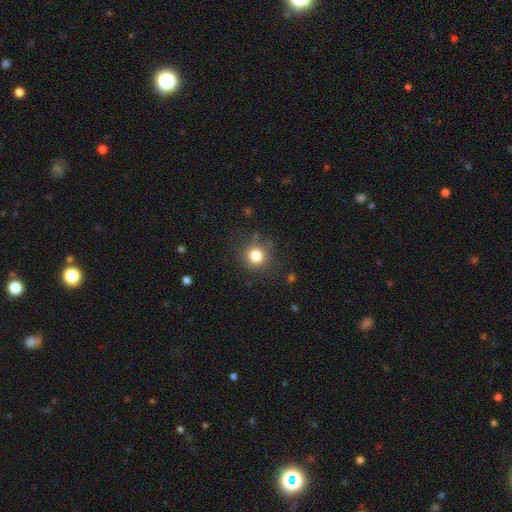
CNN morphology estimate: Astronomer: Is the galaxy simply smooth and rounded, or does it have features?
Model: smooth — 81%.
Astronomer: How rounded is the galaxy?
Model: round — 92%.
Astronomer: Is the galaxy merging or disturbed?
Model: none — 83%.